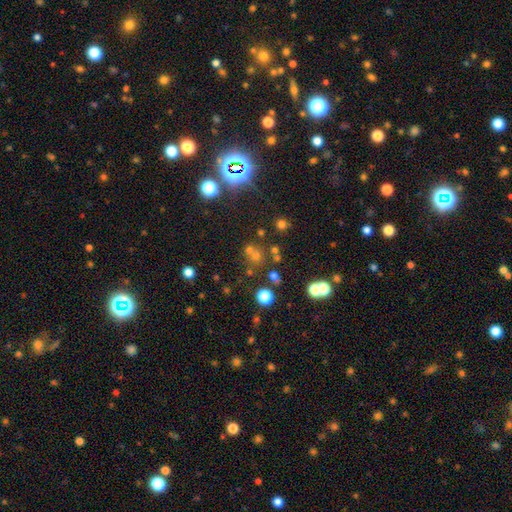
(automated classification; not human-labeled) Smooth or featured?
  - star or artifact: 47% *
  - smooth: 41%
  - featured or disk: 12%